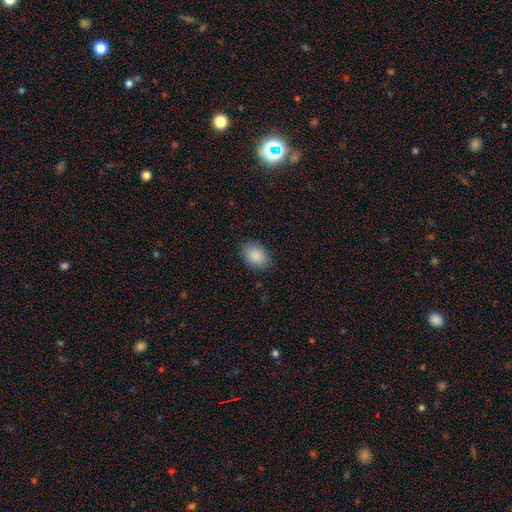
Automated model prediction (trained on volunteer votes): Smooth or featured?
  - smooth: 88% *
  - star or artifact: 7%
  - featured or disk: 4%
How rounded?
  - in between: 75% *
  - round: 24%
  - cigar-shaped: 1%
Merging?
  - none: 86% *
  - minor disturbance: 11%
  - major disturbance: 3%
  - merger: 1%